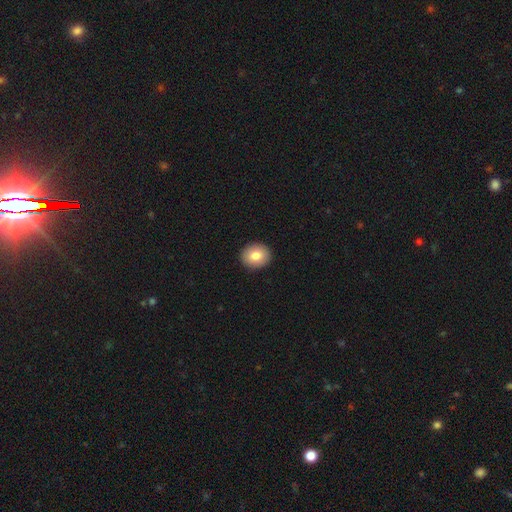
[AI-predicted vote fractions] This is clearly a smooth galaxy (82%). How rounded: likely round (73%). Merging: clearly none (92%).